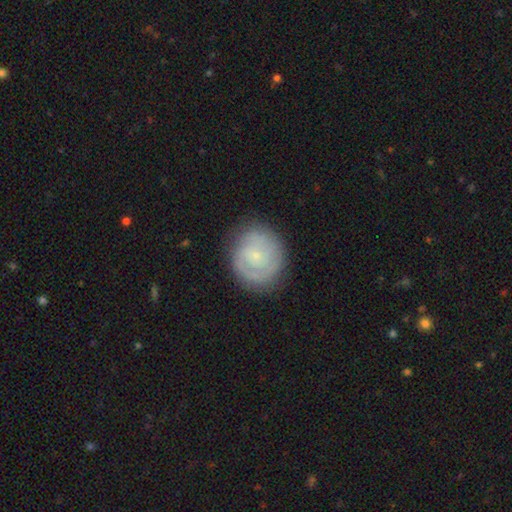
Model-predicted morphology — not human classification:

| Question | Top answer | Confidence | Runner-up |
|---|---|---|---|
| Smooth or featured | featured or disk | 66% | smooth (27%) |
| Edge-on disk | no | 98% | yes (2%) |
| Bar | no | 67% | weak (29%) |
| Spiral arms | yes | 88% | no (12%) |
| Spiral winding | tight | 64% | medium (28%) |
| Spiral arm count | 2 | 46% | can't tell (29%) |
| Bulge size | small | 79% | moderate (13%) |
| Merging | none | 81% | minor disturbance (14%) |